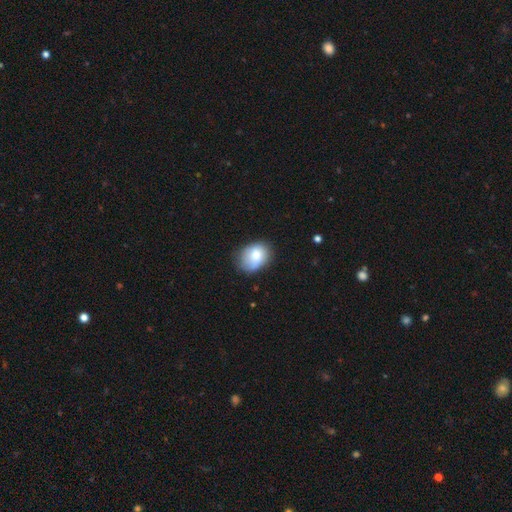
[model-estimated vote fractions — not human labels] A smooth galaxy with no disk features (78%) that is in between round and cigar-shaped (65%). Merging: none (65%).